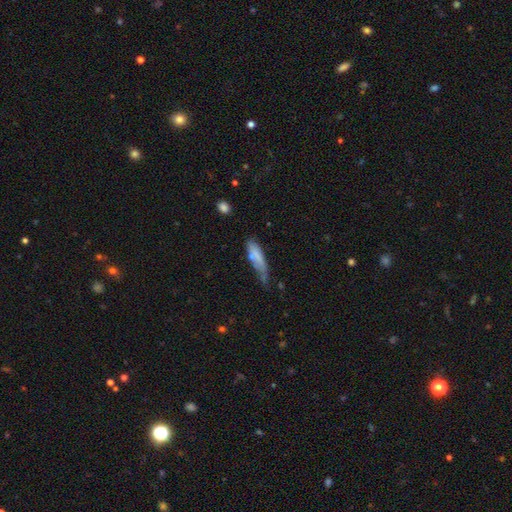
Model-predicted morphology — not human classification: A smooth galaxy with no disk features (71%) that is cigar-shaped (55%). Merging: minor disturbance (38%).